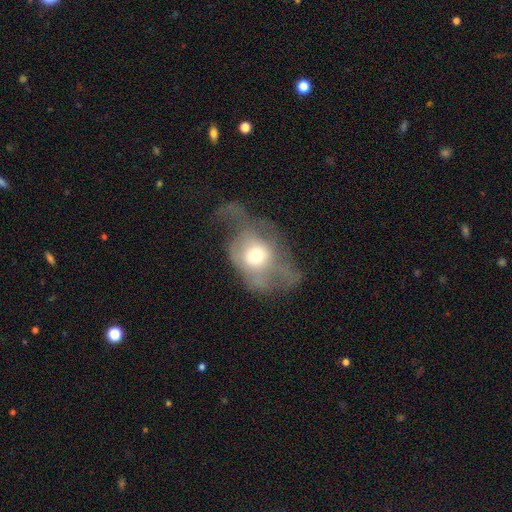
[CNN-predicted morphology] smooth 49%, featured or disk 41%, star or artifact 10%. Down the decision tree: merging — major disturbance (66%).